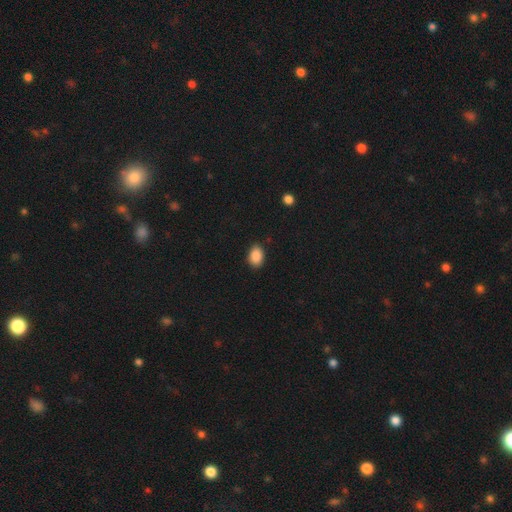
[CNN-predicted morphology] smooth_or_featured: smooth (p=0.88) [alt: star or artifact p=0.08]
how_rounded: in between (p=0.81) [alt: round p=0.18]
merging: none (p=0.87) [alt: minor disturbance p=0.10]